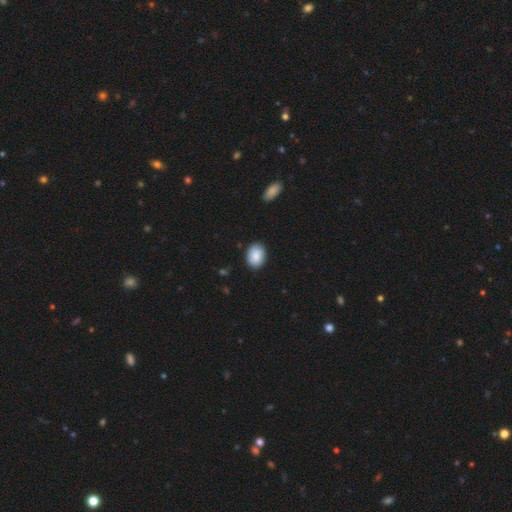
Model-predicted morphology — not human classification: smooth 87%, star or artifact 7%, featured or disk 6%. Down the decision tree: how rounded — in between (77%); merging — none (84%).